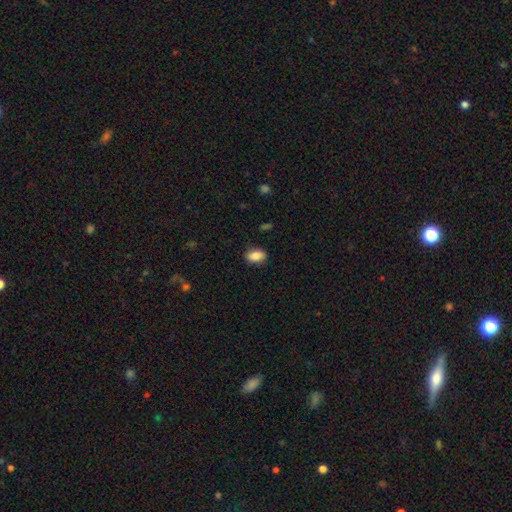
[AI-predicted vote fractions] A smooth galaxy with no disk features (85%) that is in between round and cigar-shaped (86%).

Vote fractions:
- Smooth or featured? smooth: 85% / star or artifact: 8% / featured or disk: 8%
- How rounded? in between: 86% / round: 11% / cigar-shaped: 3%
- Merging? none: 86% / minor disturbance: 10% / major disturbance: 2% / merger: 1%